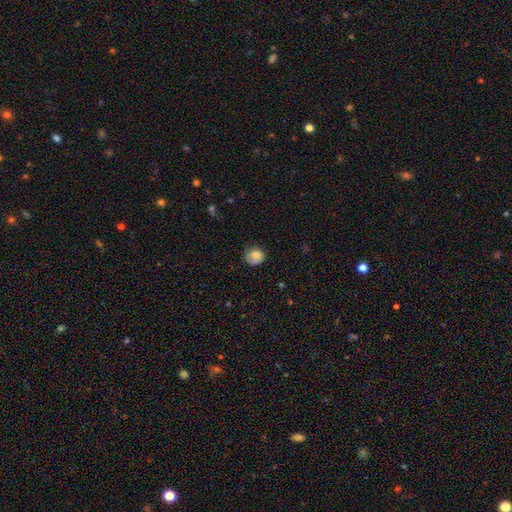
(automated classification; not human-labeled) smooth_or_featured: smooth (p=0.72) [alt: featured or disk p=0.20]
how_rounded: round (p=0.71) [alt: in between p=0.28]
merging: none (p=0.60) [alt: minor disturbance p=0.28]